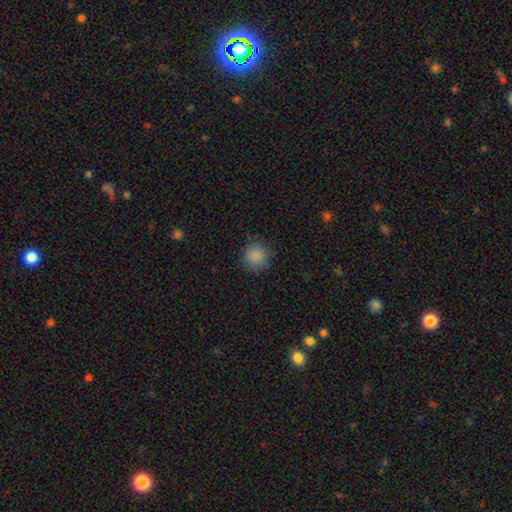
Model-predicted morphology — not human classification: The model was most divided on "merging": none: 86%, minor disturbance: 10%, major disturbance: 3%, merger: 1%. More confident: how rounded — round (92%); smooth or featured — smooth (87%).